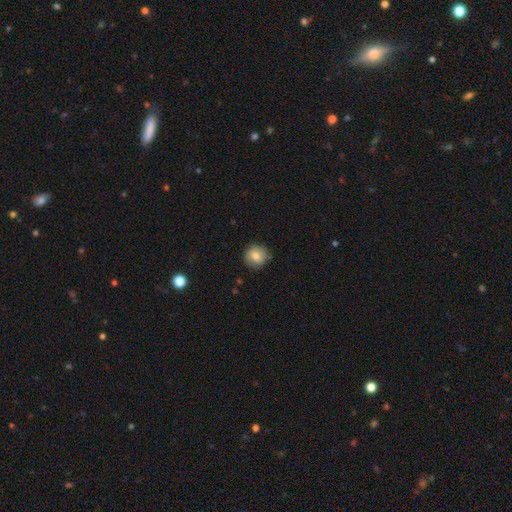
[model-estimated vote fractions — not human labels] smooth 76%, featured or disk 15%, star or artifact 9%. Down the decision tree: how rounded — round (92%); merging — none (83%).